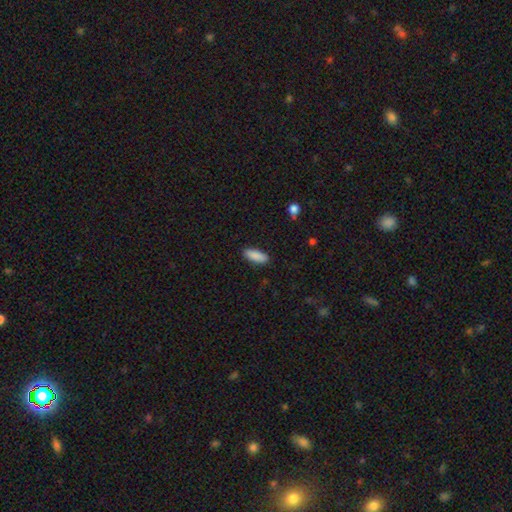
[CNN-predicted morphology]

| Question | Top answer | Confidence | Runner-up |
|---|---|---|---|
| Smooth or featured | smooth | 89% | star or artifact (6%) |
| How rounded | in between | 71% | cigar-shaped (27%) |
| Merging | none | 89% | minor disturbance (8%) |